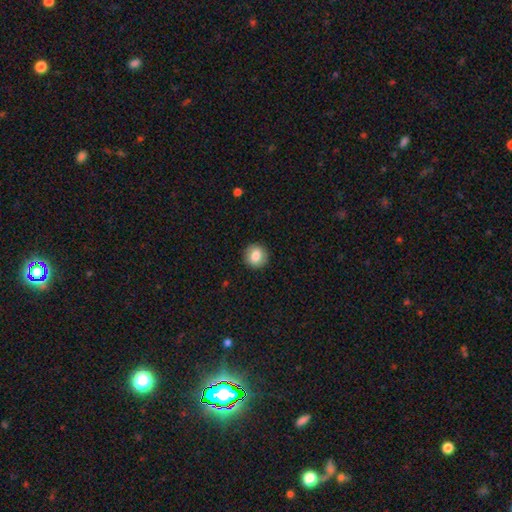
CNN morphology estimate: This is clearly a smooth galaxy (83%). How rounded: clearly round (90%). Merging: clearly none (91%).